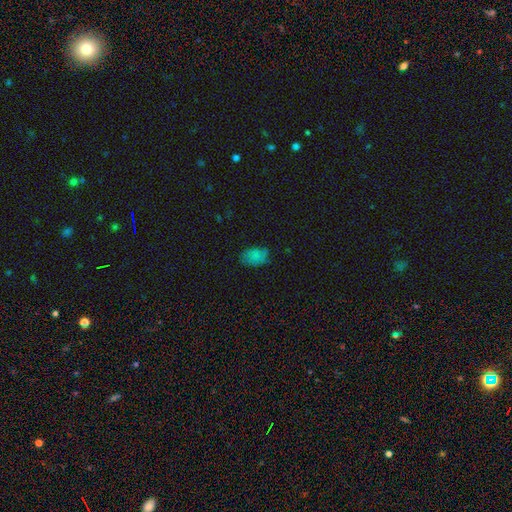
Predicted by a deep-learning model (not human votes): smooth 75%, star or artifact 14%, featured or disk 11%. Down the decision tree: how rounded — in between (88%); merging — none (62%).